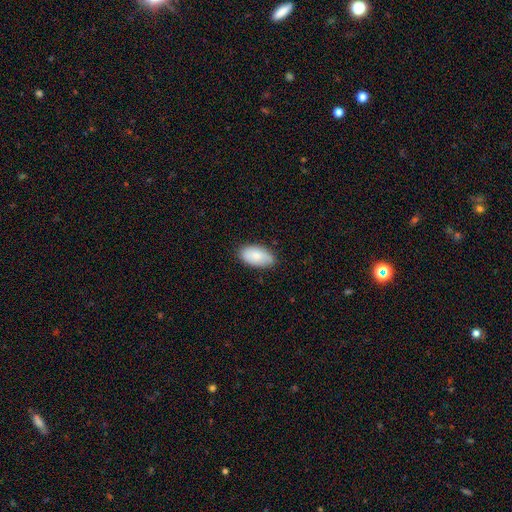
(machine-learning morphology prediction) This appears to be a smooth galaxy with no disk features (82%) that is in between round and cigar-shaped (95%). Merging: none (83%).